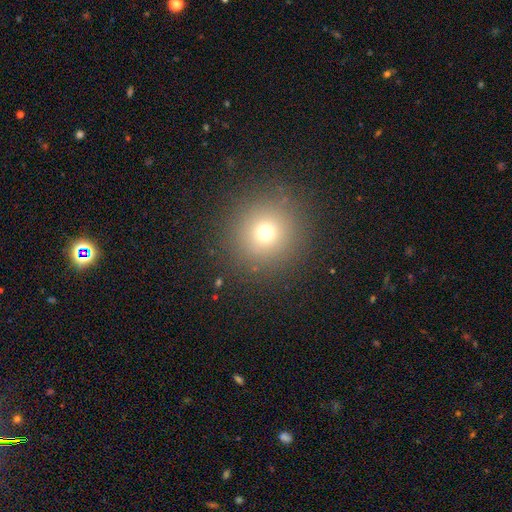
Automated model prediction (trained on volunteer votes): Smooth or featured? smooth (64%)
How rounded? round (94%)
Merging? none (92%)